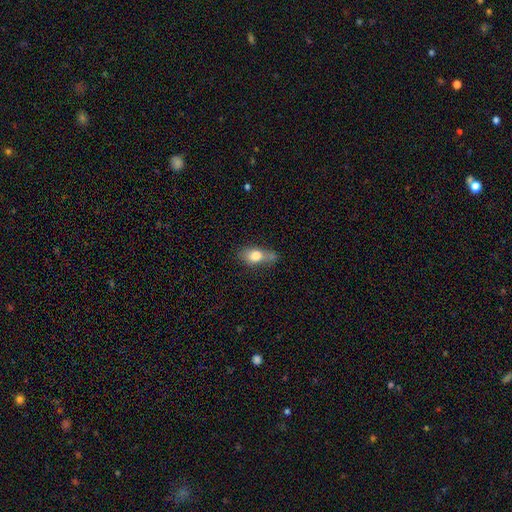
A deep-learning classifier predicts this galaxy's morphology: The model was most divided on "merging": none: 45%, minor disturbance: 31%, major disturbance: 13%, merger: 12%. More confident: smooth or featured — smooth (75%); how rounded — in between (75%).